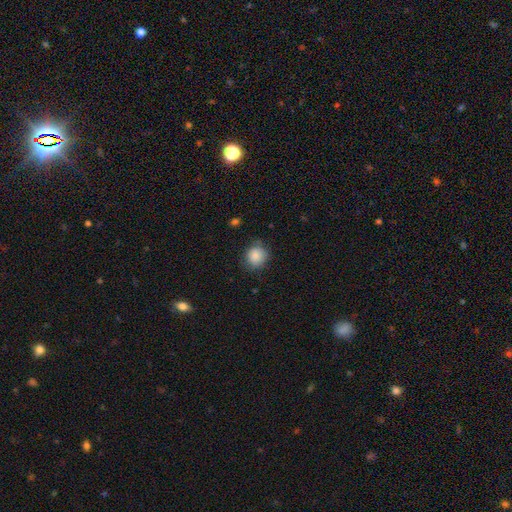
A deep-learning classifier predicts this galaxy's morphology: The model was most divided on "merging": none: 79%, minor disturbance: 16%, major disturbance: 4%, merger: 2%. More confident: smooth or featured — smooth (87%); how rounded — round (86%).